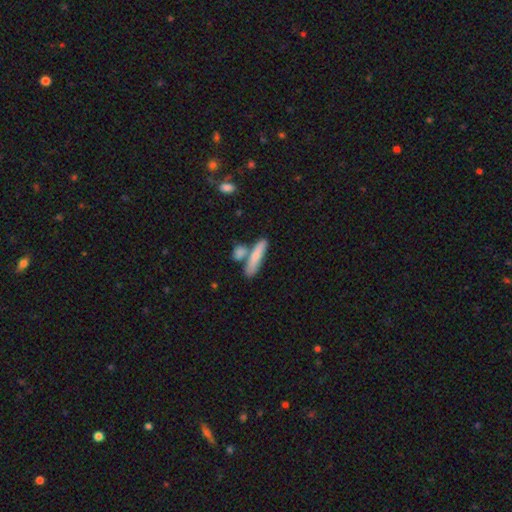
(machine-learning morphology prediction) This appears to be a smooth galaxy with no disk features (75%) that is cigar-shaped (75%). Merging: none (63%).